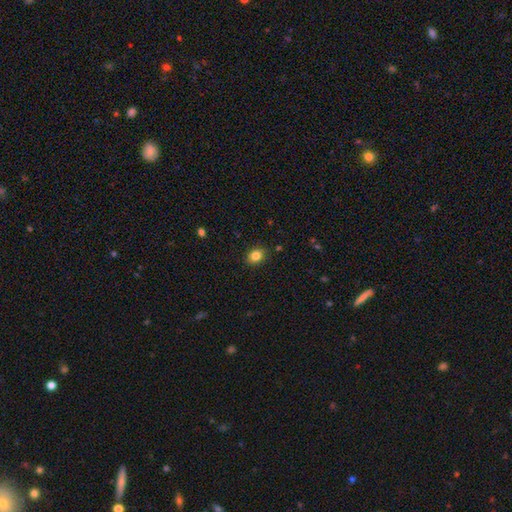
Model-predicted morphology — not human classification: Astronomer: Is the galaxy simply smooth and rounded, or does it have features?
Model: smooth — 84%.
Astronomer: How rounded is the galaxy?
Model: in between — 62%.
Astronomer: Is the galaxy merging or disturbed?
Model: none — 86%.